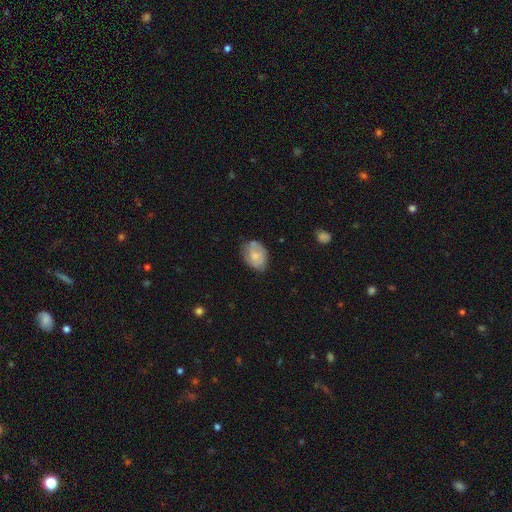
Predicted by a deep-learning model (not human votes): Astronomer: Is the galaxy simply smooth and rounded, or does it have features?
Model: smooth — 61%.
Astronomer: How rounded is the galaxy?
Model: in between — 73%.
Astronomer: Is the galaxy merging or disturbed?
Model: none — 61%.